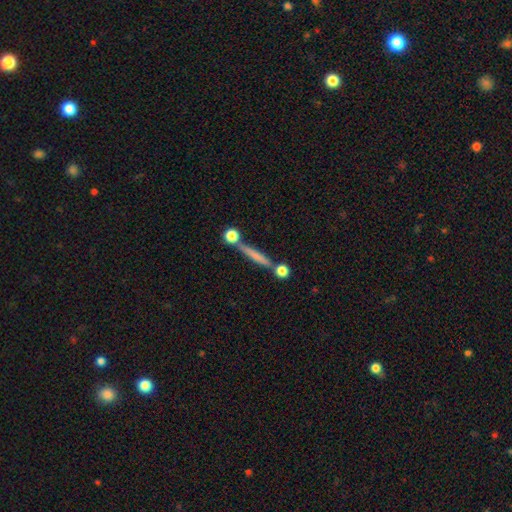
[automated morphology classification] smooth 56%, featured or disk 35%, star or artifact 9%. Down the decision tree: how rounded — cigar-shaped (86%); merging — none (71%).